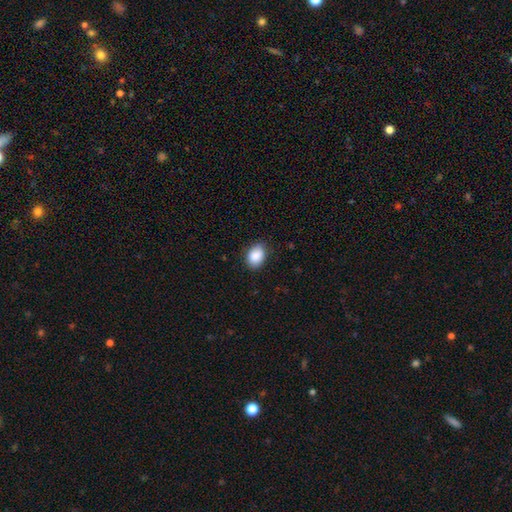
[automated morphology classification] Smooth or featured? smooth (88%)
How rounded? in between (75%)
Merging? none (82%)